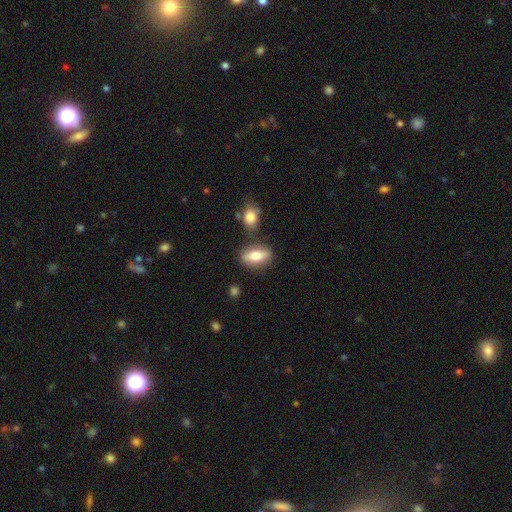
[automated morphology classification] smooth-or-featured: smooth: 68% | featured or disk: 25% | star or artifact: 7%
  how-rounded: in between: 78% | cigar-shaped: 15% | round: 6%
  merging: none: 77% | minor disturbance: 12% | merger: 8% | major disturbance: 3%